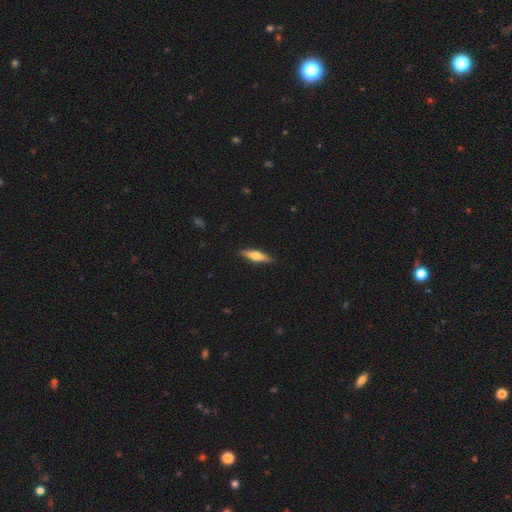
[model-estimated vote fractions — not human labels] smooth 52%, featured or disk 42%, star or artifact 6%. Down the decision tree: how rounded — cigar-shaped (71%); merging — none (88%).